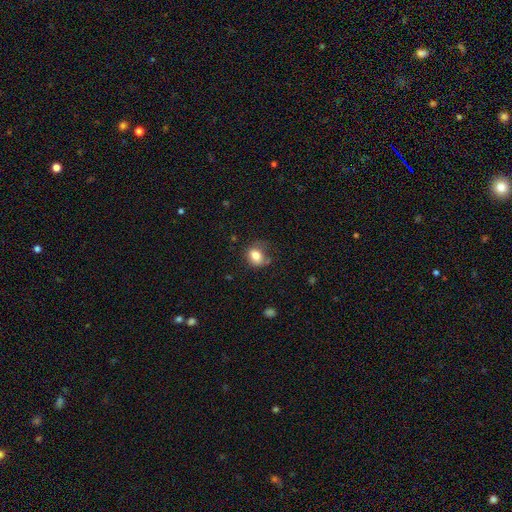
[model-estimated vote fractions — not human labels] A smooth galaxy with no disk features (79%) that is in between round and cigar-shaped (53%).

Vote fractions:
- Smooth or featured? smooth: 79% / featured or disk: 11% / star or artifact: 10%
- How rounded? in between: 53% / round: 46% / cigar-shaped: 1%
- Merging? none: 56% / minor disturbance: 29% / major disturbance: 11% / merger: 4%